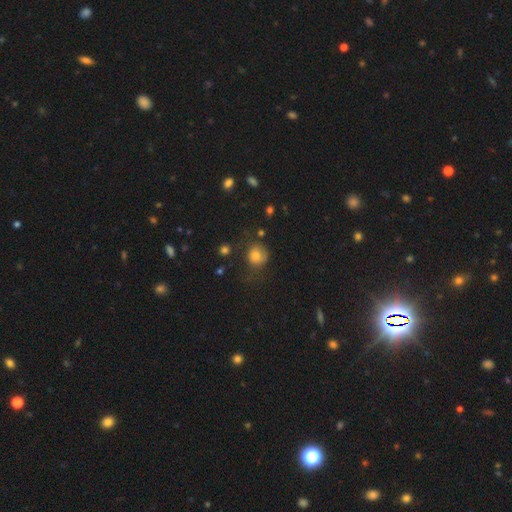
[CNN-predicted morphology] smooth 78%, star or artifact 12%, featured or disk 10%. Down the decision tree: how rounded — round (82%); merging — none (57%).